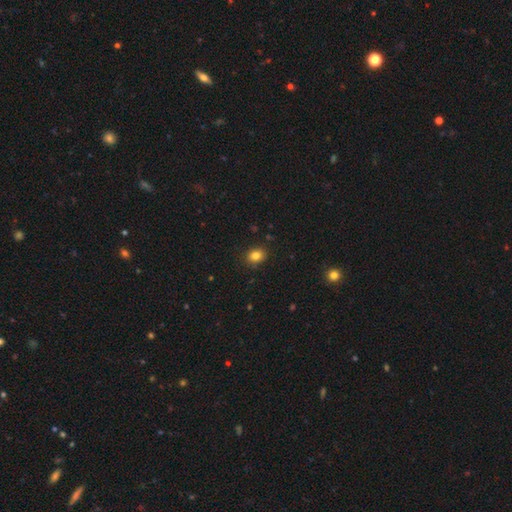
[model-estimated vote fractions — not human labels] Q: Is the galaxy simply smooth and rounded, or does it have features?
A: smooth — 83%.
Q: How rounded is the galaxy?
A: round — 56%.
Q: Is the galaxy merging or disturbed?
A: none — 87%.